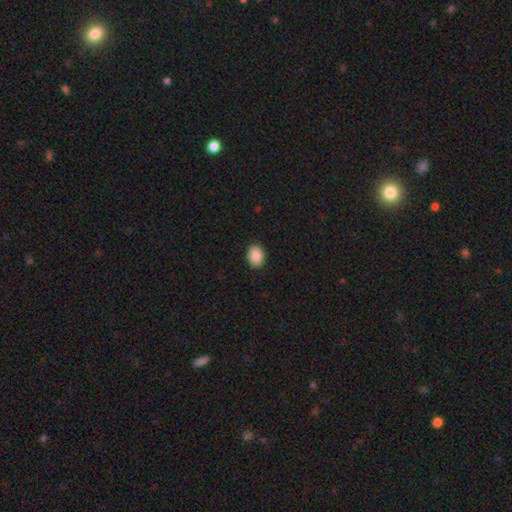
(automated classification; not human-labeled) smooth 89%, star or artifact 7%, featured or disk 4%. Down the decision tree: how rounded — in between (74%); merging — none (91%).